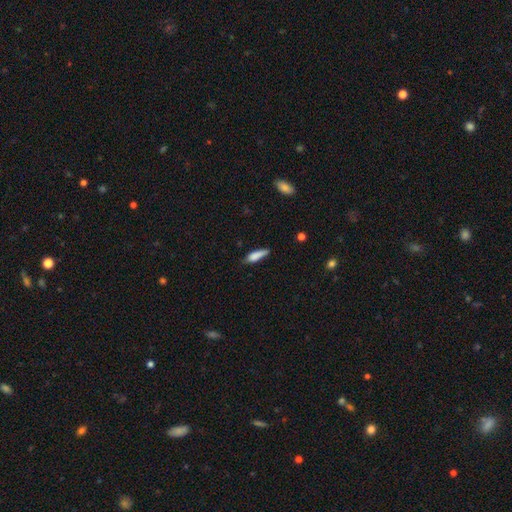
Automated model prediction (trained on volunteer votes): Smooth or featured: smooth — 81% (featured or disk — 12%)
How rounded: cigar-shaped — 65% (in between — 33%)
Merging: none — 61% (minor disturbance — 30%)